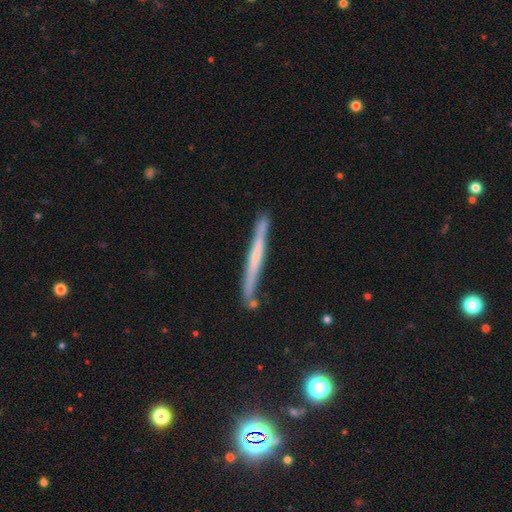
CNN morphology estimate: This appears to be a featured or disk galaxy (58%) viewed edge-on (96%) with no central bulge (64%). Merging: none (83%).